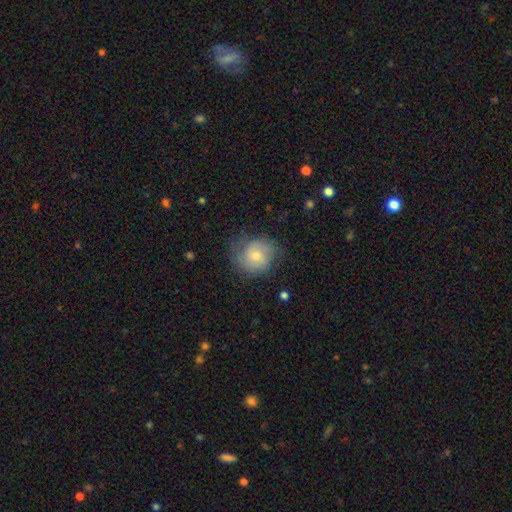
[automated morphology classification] This is possibly a smooth galaxy (56%). How rounded: clearly round (80%). Merging: likely none (63%).